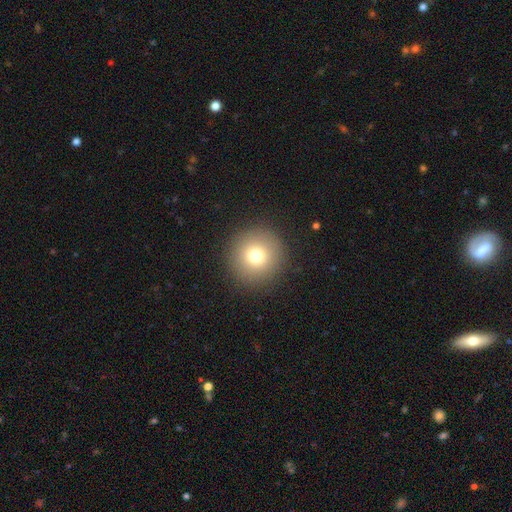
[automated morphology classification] Overall: smooth (75%). How rounded: round (96%). Merging: none (91%).